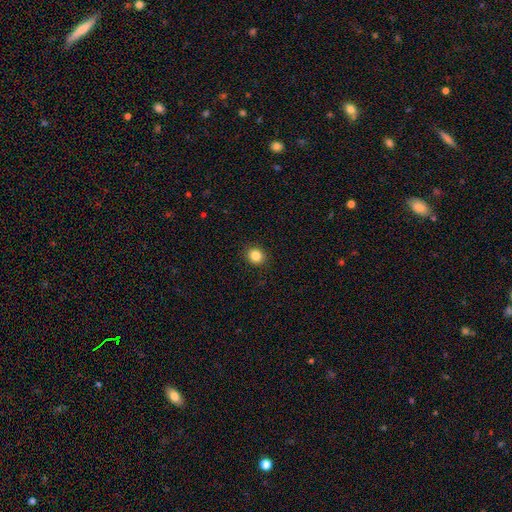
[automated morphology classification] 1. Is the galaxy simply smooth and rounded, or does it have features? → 85% smooth, 11% star or artifact, 4% featured or disk.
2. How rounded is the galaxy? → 77% round, 22% in between, 1% cigar-shaped.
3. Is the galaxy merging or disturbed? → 91% none, 6% minor disturbance, 2% major disturbance, 1% merger.